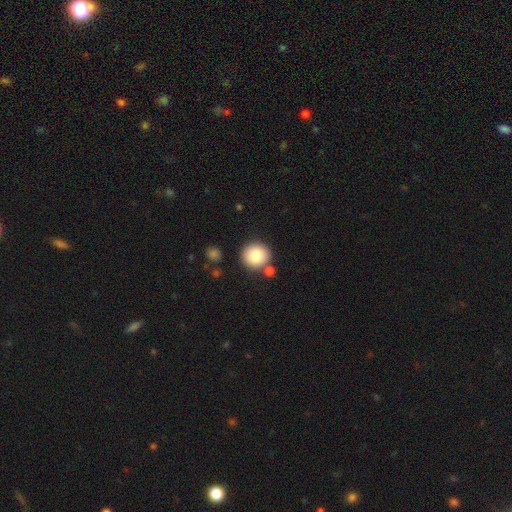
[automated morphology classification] Q: Smooth or featured?
A: smooth (81%); runner-up: featured or disk (10%)
Q: How rounded?
A: round (93%); runner-up: in between (6%)
Q: Merging?
A: none (80%); runner-up: merger (10%)